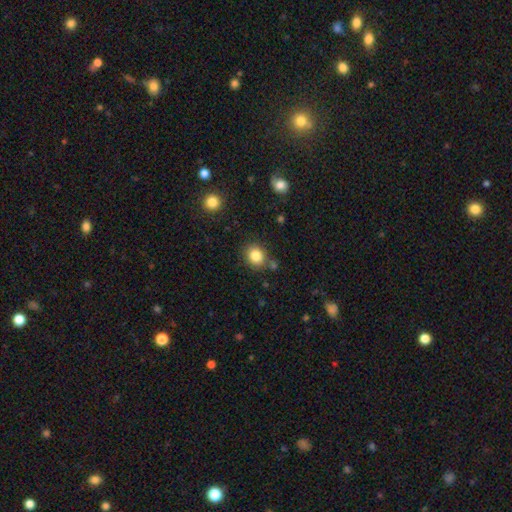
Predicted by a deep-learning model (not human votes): smooth-or-featured: smooth: 84% | star or artifact: 10% | featured or disk: 6%
  how-rounded: round: 74% | in between: 26% | cigar-shaped: 1%
  merging: none: 79% | minor disturbance: 11% | merger: 6% | major disturbance: 4%